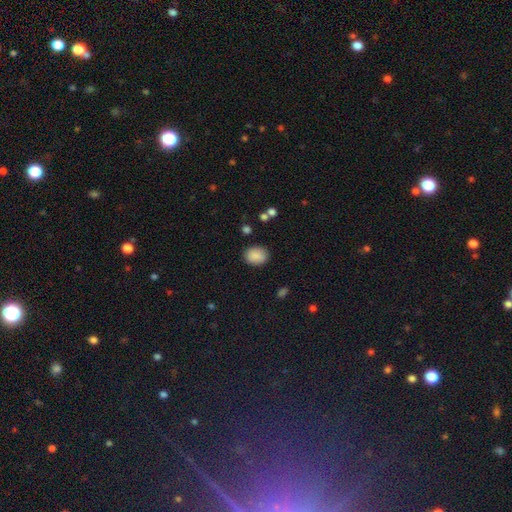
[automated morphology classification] This appears to be a smooth galaxy with no disk features (88%) that is in between round and cigar-shaped (60%). Merging: none (86%).